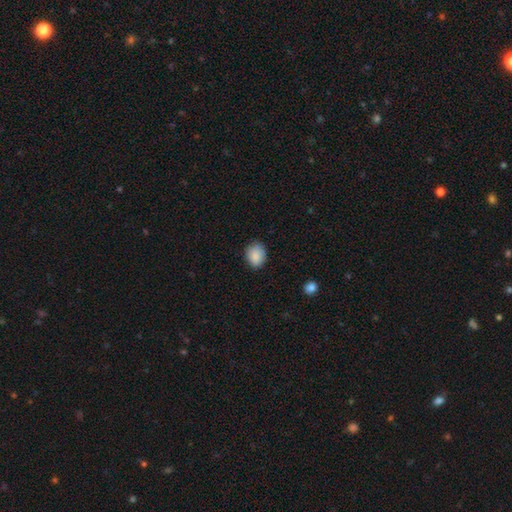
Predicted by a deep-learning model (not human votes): Q: Smooth or featured?
A: smooth (88%); runner-up: star or artifact (8%)
Q: How rounded?
A: in between (53%); runner-up: round (46%)
Q: Merging?
A: none (80%); runner-up: minor disturbance (16%)